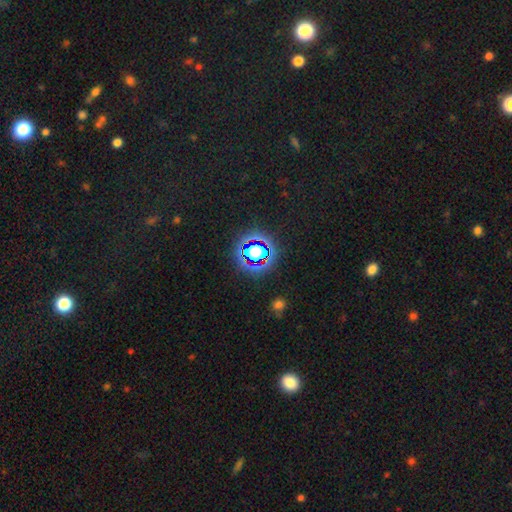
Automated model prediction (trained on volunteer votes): This appears to be a star or artifact, not a galaxy (62%).